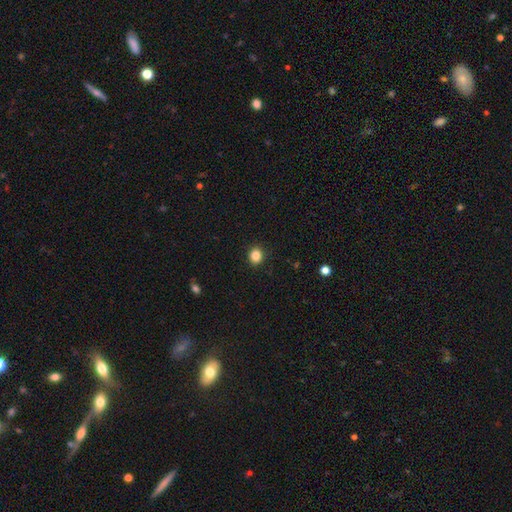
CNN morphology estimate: smooth 85%, star or artifact 11%, featured or disk 4%. Down the decision tree: how rounded — round (75%); merging — none (91%).